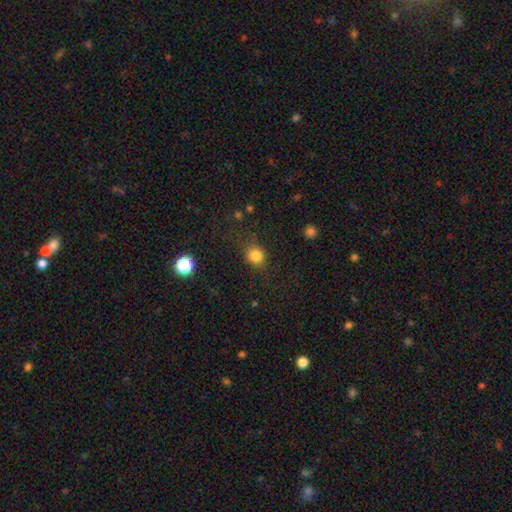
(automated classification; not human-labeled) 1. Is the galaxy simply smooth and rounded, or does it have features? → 83% smooth, 12% star or artifact, 5% featured or disk.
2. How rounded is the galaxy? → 73% round, 26% in between, 1% cigar-shaped.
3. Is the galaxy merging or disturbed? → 75% none, 16% minor disturbance, 7% major disturbance, 2% merger.